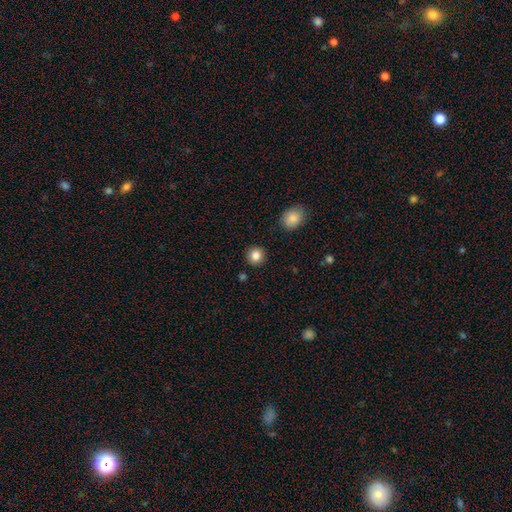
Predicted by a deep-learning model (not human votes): A smooth galaxy with no disk features (85%) that is round (92%).

Vote fractions:
- Smooth or featured? smooth: 85% / star or artifact: 10% / featured or disk: 5%
- How rounded? round: 92% / in between: 7% / cigar-shaped: 1%
- Merging? none: 90% / minor disturbance: 6% / merger: 2% / major disturbance: 2%